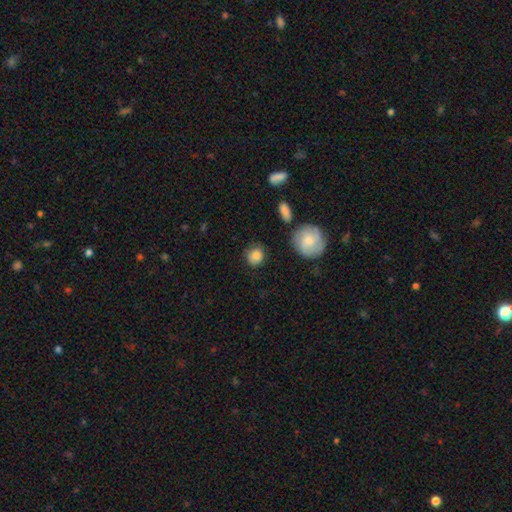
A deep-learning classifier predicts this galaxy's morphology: A smooth galaxy with no disk features (86%) that is round (79%).

Vote fractions:
- Smooth or featured? smooth: 86% / star or artifact: 7% / featured or disk: 7%
- How rounded? round: 79% / in between: 19% / cigar-shaped: 1%
- Merging? none: 76% / minor disturbance: 16% / major disturbance: 4% / merger: 3%